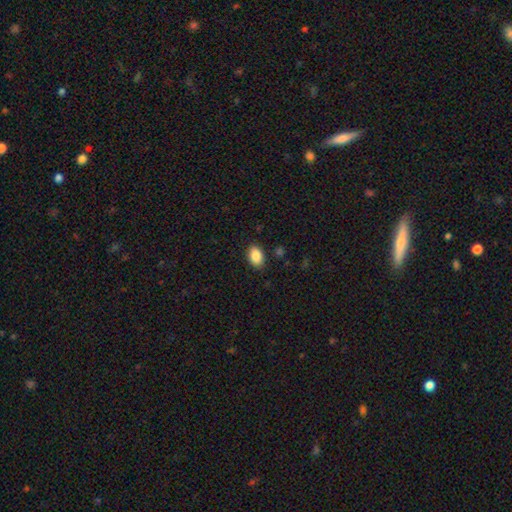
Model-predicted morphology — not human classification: Smooth or featured? Predicted: smooth (p=0.88). How rounded? Predicted: in between (p=0.88). Merging? Predicted: none (p=0.87).